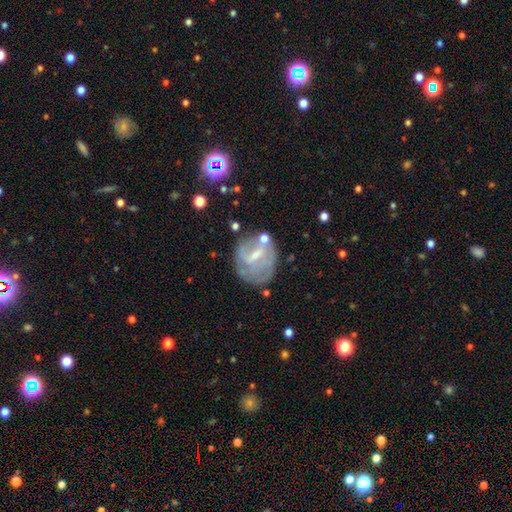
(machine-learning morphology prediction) Smooth or featured?
  - featured or disk: 67% *
  - smooth: 25%
  - star or artifact: 8%
Edge-on disk?
  - no: 97% *
  - yes: 3%
Bar?
  - weak: 53% *
  - strong: 28%
  - no: 19%
Spiral arms?
  - yes: 63% *
  - no: 37%
Bulge size?
  - small: 51% *
  - moderate: 29%
  - none: 16%
  - large: 2%
  - dominant: 1%
Merging?
  - none: 55% *
  - minor disturbance: 23%
  - major disturbance: 15%
  - merger: 7%